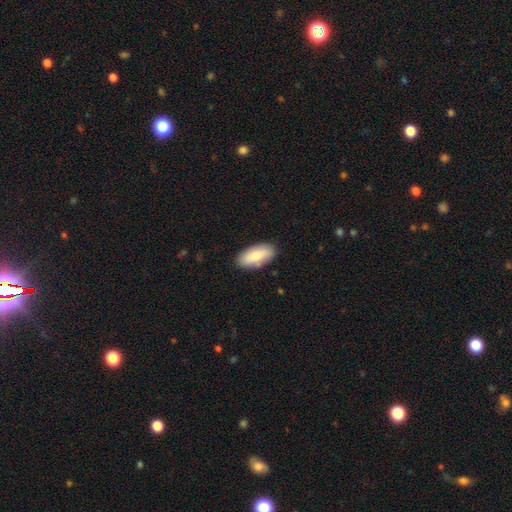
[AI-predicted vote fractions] Smooth or featured?
  - smooth: 77% *
  - featured or disk: 17%
  - star or artifact: 6%
How rounded?
  - in between: 90% *
  - cigar-shaped: 8%
  - round: 2%
Merging?
  - none: 85% *
  - minor disturbance: 11%
  - major disturbance: 2%
  - merger: 2%